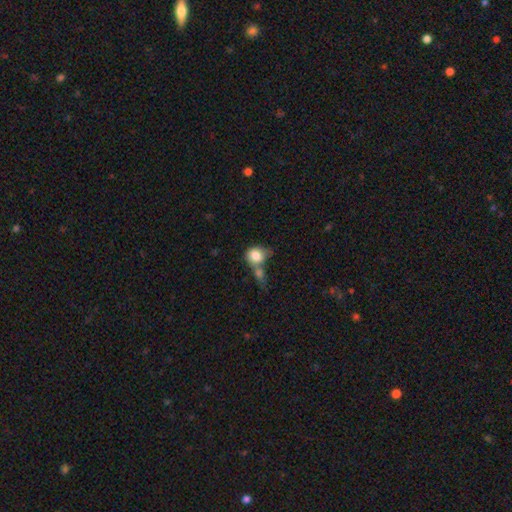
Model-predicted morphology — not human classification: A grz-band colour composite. It shows a smooth galaxy with no disk features (80%) that is round (61%). Merging: merger (52%).